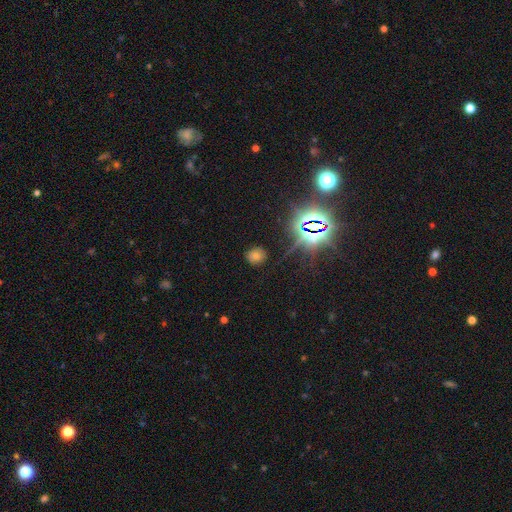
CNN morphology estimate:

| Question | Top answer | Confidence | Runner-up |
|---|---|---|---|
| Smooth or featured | star or artifact | 51% | smooth (38%) |